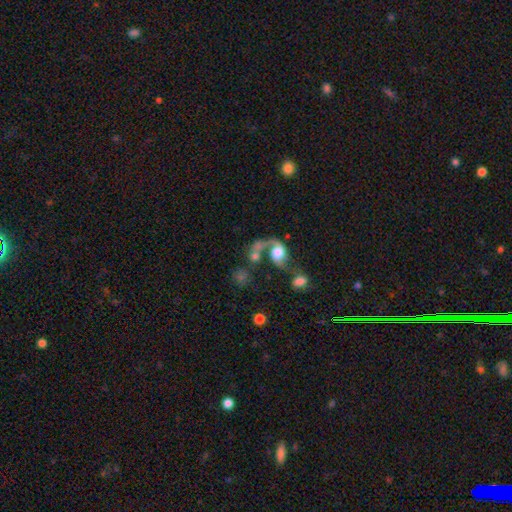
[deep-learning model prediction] The model was most divided on "smooth or featured": featured or disk: 50%, smooth: 35%, star or artifact: 15%. Remaining: merging — merger (49%).